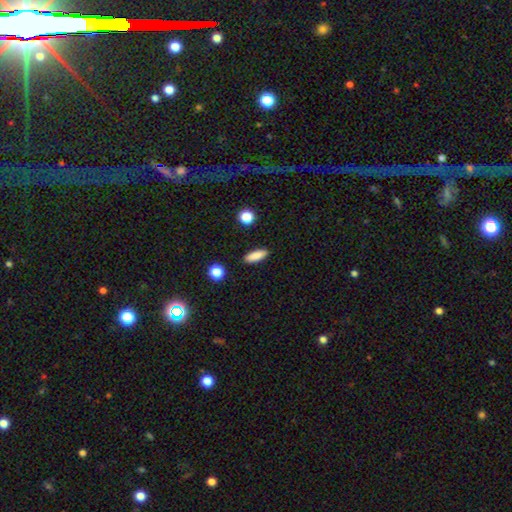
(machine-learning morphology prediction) This is clearly a smooth galaxy (87%). How rounded: possibly in between (53%). Merging: clearly none (90%).